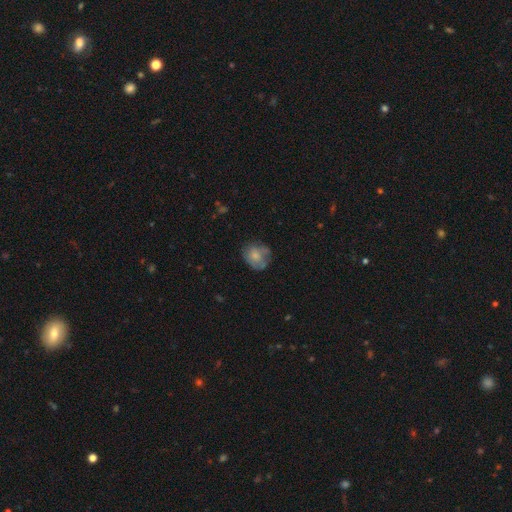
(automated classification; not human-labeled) smooth-or-featured: smooth: 66% | featured or disk: 25% | star or artifact: 9%
  how-rounded: round: 68% | in between: 31% | cigar-shaped: 1%
  merging: none: 59% | minor disturbance: 26% | major disturbance: 12% | merger: 3%